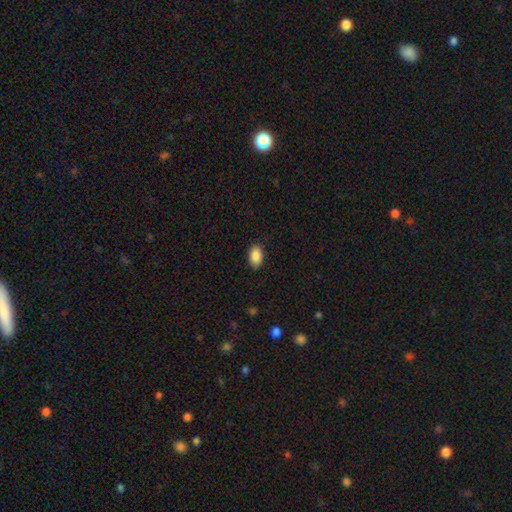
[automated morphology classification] Overall: smooth (89%). How rounded: in between (92%). Merging: none (88%).